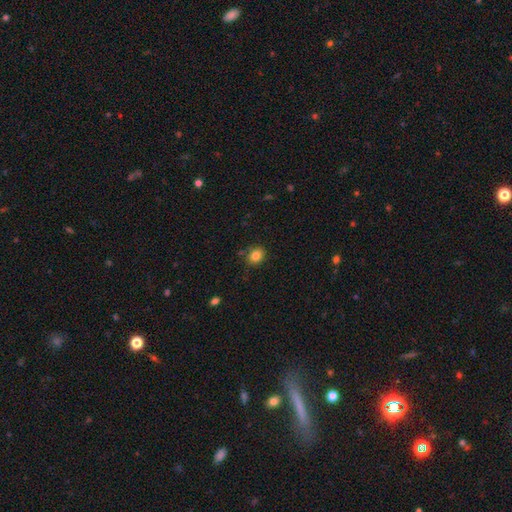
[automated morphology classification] The model was most divided on "how rounded": round: 69%, in between: 30%, cigar-shaped: 1%. More confident: smooth or featured — smooth (83%); merging — none (82%).